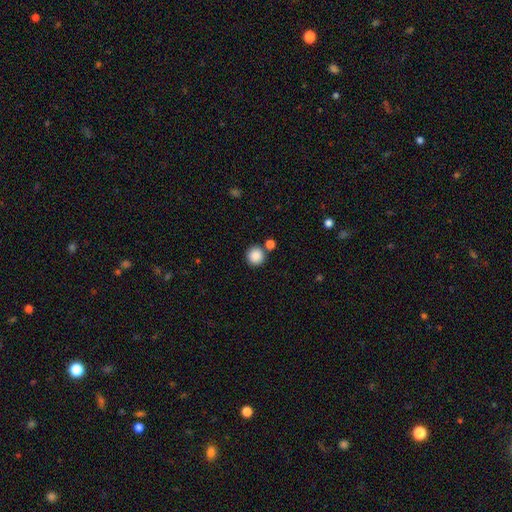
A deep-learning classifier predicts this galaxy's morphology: Smooth or featured: smooth — 87% (star or artifact — 9%)
How rounded: round — 94% (in between — 5%)
Merging: none — 80% (merger — 11%)